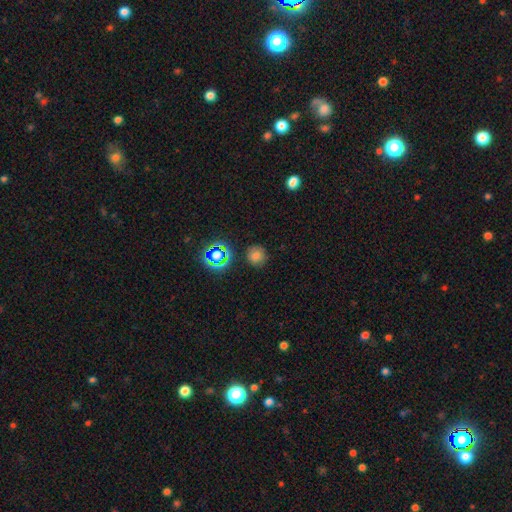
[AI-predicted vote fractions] smooth-or-featured: smooth: 71% | star or artifact: 21% | featured or disk: 8%
  how-rounded: round: 90% | in between: 9% | cigar-shaped: 1%
  merging: none: 85% | minor disturbance: 10% | major disturbance: 3% | merger: 2%